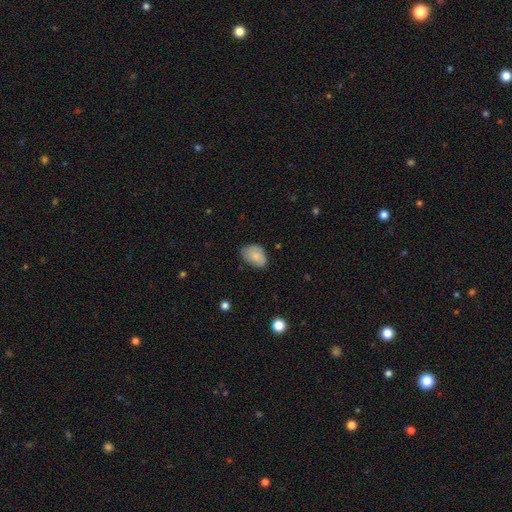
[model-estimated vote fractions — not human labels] smooth 81%, featured or disk 12%, star or artifact 7%. Down the decision tree: how rounded — in between (84%); merging — none (62%).